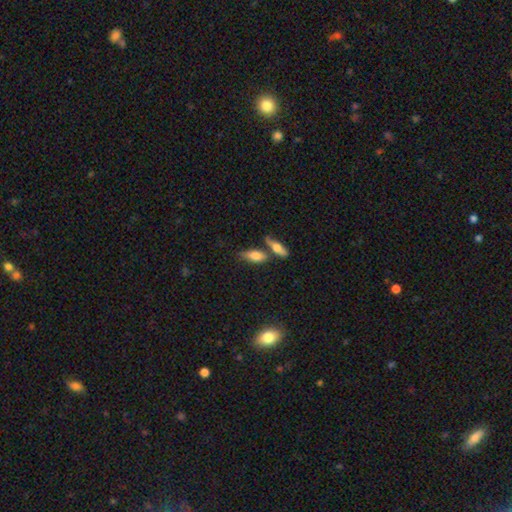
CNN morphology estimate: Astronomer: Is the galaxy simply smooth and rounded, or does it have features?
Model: smooth — 68%.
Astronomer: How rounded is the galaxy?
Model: in between — 70%.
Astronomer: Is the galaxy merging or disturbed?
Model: none — 51% (runner-up: merger, 30%).